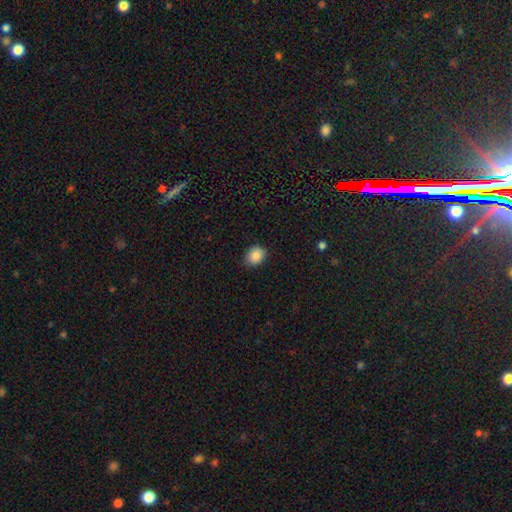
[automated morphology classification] Smooth or featured: smooth — 87% (star or artifact — 9%)
How rounded: in between — 50% (round — 49%)
Merging: none — 84% (minor disturbance — 13%)